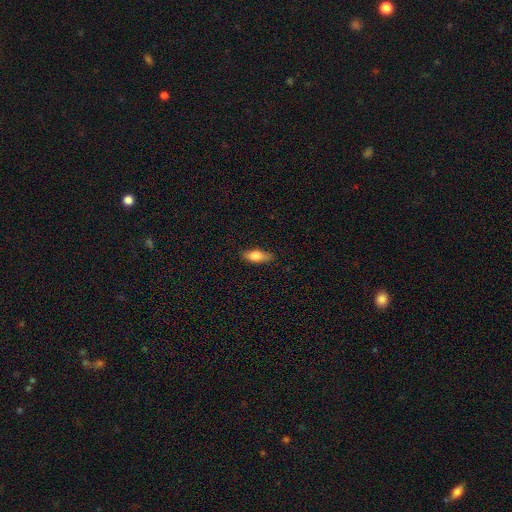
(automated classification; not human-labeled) smooth-or-featured: smooth: 70% | featured or disk: 23% | star or artifact: 7%
  how-rounded: in between: 68% | cigar-shaped: 29% | round: 4%
  merging: none: 80% | minor disturbance: 15% | major disturbance: 3% | merger: 1%